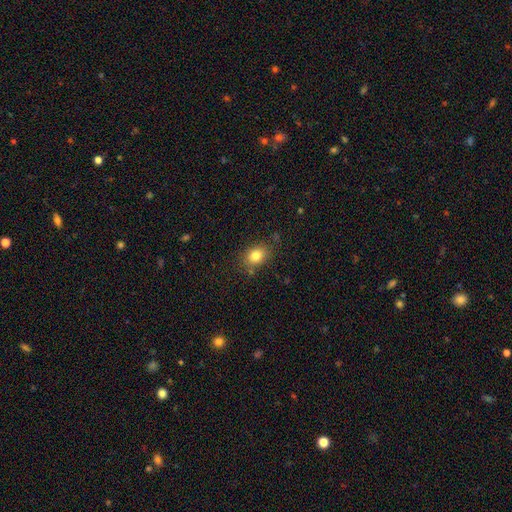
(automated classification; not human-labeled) Morphology: type=smooth (82%); roundness=in between (62%); merging=none (80%).